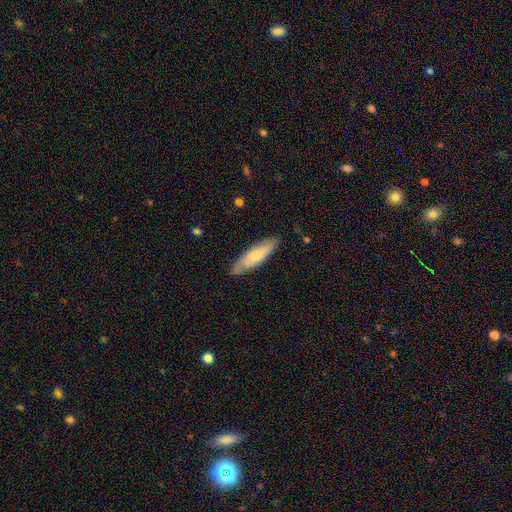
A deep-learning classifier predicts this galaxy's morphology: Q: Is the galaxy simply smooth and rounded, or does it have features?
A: smooth — 62%.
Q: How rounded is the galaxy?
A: cigar-shaped — 60%.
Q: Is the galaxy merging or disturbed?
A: none — 83%.